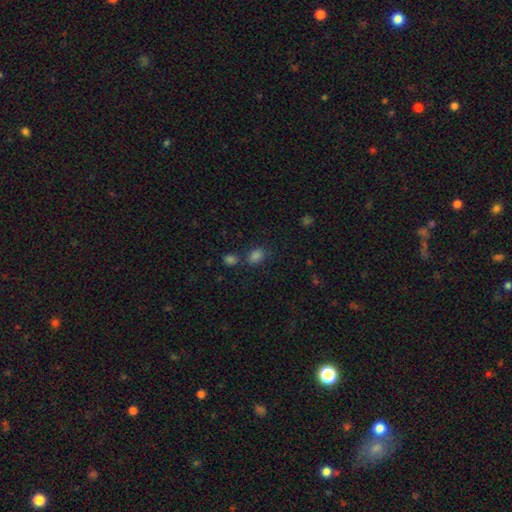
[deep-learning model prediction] Q: Smooth or featured?
A: smooth (77%); runner-up: star or artifact (18%)
Q: How rounded?
A: in between (74%); runner-up: round (24%)
Q: Merging?
A: none (66%); runner-up: merger (18%)